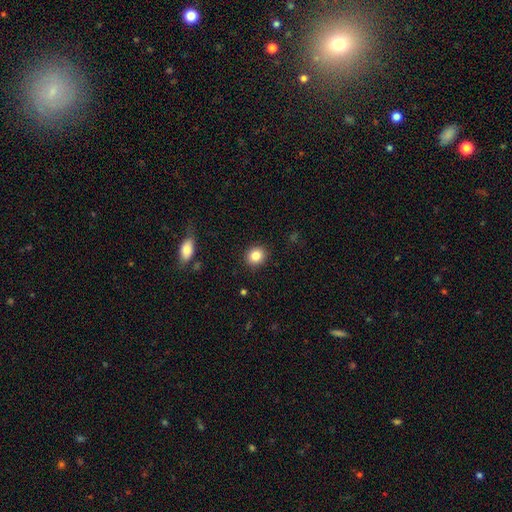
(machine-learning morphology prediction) Overall: smooth (85%). How rounded: round (80%). Merging: none (91%).